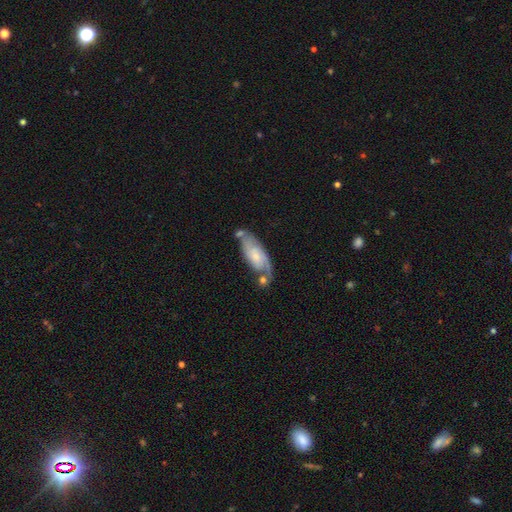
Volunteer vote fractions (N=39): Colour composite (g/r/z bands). It shows a featured or disk galaxy (67%) with no bar (59%), 2 (50%) medium (55%) spiral arms (91%) and a small central bulge (64%). Merging: none (43%).